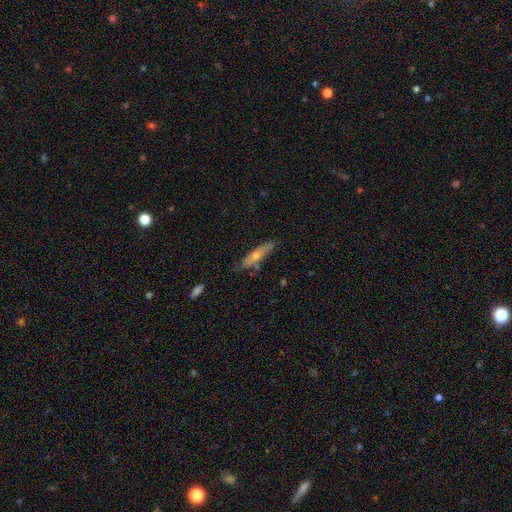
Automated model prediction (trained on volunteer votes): A featured or disk galaxy (56%) viewed edge-on (81%).

Vote fractions:
- Smooth or featured? featured or disk: 56% / smooth: 36% / star or artifact: 7%
- Edge-on disk? yes: 81% / no: 19%
- Merging? none: 70% / minor disturbance: 22% / major disturbance: 4% / merger: 3%